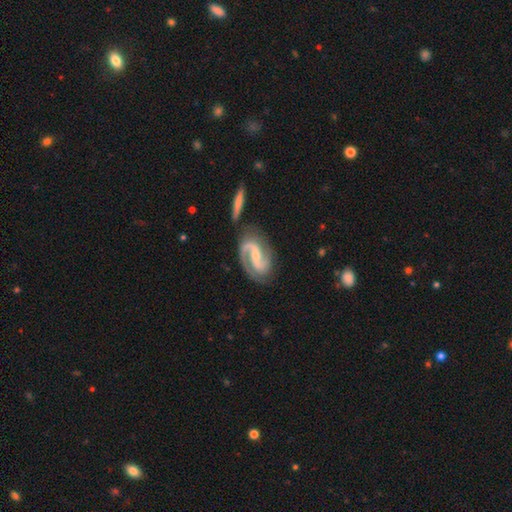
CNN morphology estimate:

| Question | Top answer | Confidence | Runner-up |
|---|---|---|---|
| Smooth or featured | featured or disk | 91% | smooth (5%) |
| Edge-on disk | no | 98% | yes (2%) |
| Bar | weak | 42% | strong (30%) |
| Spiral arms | yes | 98% | no (2%) |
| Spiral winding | medium | 56% | loose (24%) |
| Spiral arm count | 2 | 91% | 1 (4%) |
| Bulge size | small | 59% | moderate (29%) |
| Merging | none | 71% | minor disturbance (16%) |